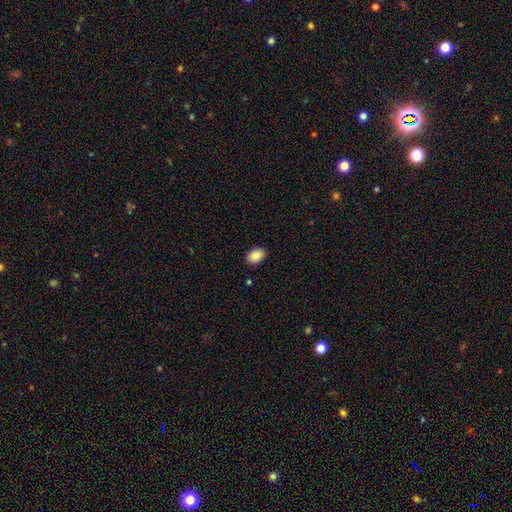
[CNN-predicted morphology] This is clearly a smooth galaxy (90%). How rounded: clearly in between (85%). Merging: clearly none (89%).